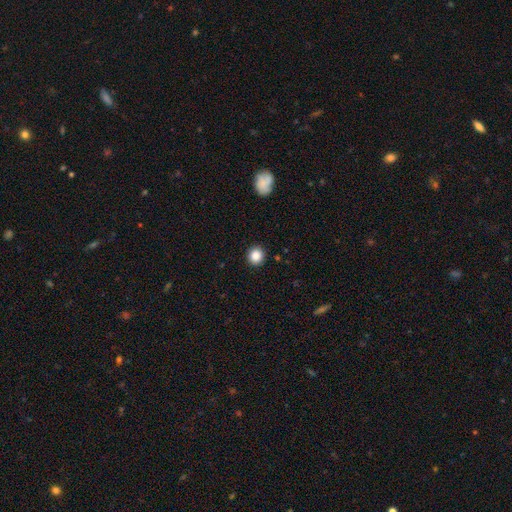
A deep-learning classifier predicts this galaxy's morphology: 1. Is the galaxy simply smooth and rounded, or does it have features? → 87% smooth, 10% star or artifact, 3% featured or disk.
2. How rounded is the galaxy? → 90% round, 9% in between, 1% cigar-shaped.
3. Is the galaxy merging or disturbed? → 91% none, 6% minor disturbance, 2% major disturbance, 1% merger.